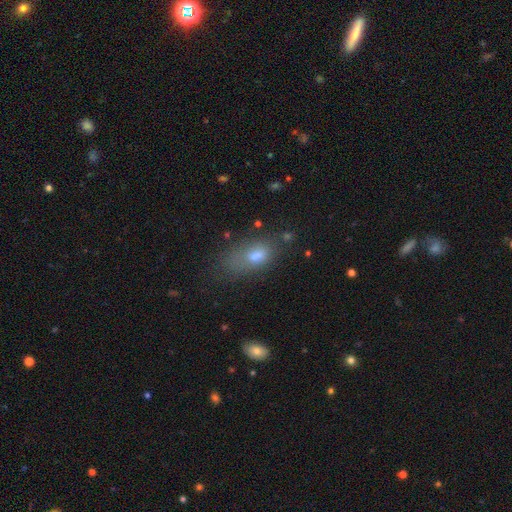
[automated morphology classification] type=smooth (70%); roundness=in between (83%); merging=none (53%).